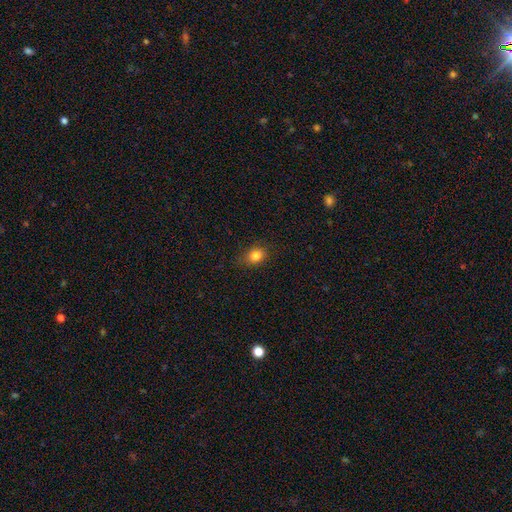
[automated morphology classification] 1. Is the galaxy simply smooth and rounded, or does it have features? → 83% smooth, 11% star or artifact, 6% featured or disk.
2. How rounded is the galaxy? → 52% round, 47% in between, 1% cigar-shaped.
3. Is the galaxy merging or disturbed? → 84% none, 12% minor disturbance, 3% major disturbance, 1% merger.